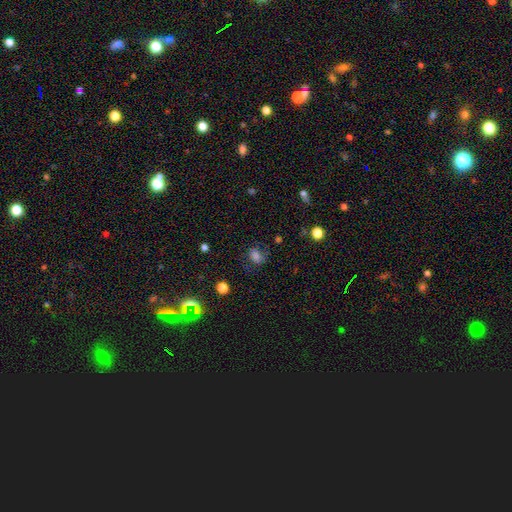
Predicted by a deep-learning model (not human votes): Smooth or featured?
  - smooth: 68% *
  - star or artifact: 18%
  - featured or disk: 15%
How rounded?
  - in between: 65% *
  - round: 34%
  - cigar-shaped: 2%
Merging?
  - none: 64% *
  - minor disturbance: 21%
  - major disturbance: 13%
  - merger: 2%